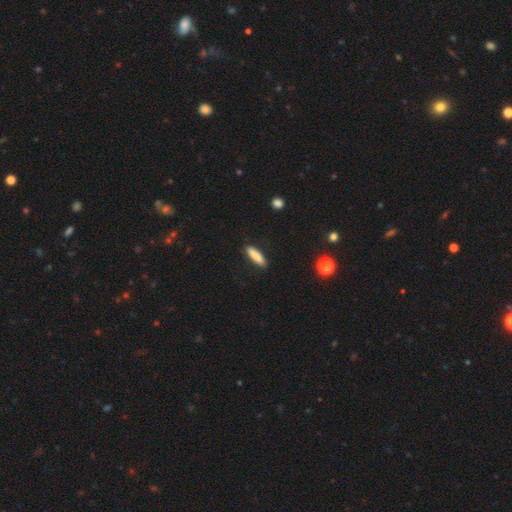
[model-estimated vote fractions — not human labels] This appears to be a smooth galaxy with no disk features (84%) that is cigar-shaped (71%). Merging: none (88%).